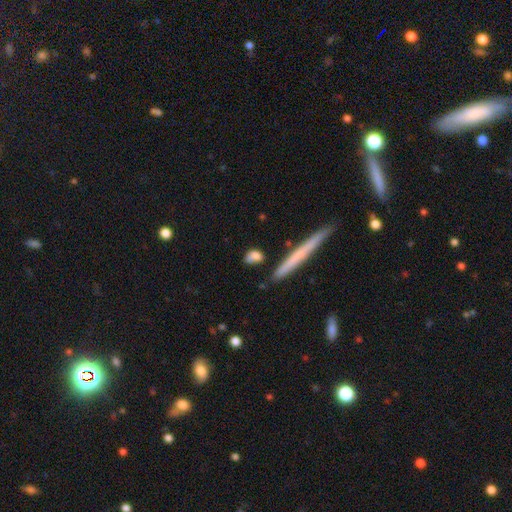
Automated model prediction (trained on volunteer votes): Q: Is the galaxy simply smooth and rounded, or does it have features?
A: smooth — 78%.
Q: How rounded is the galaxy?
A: in between — 54%.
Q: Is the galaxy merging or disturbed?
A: none — 69%.